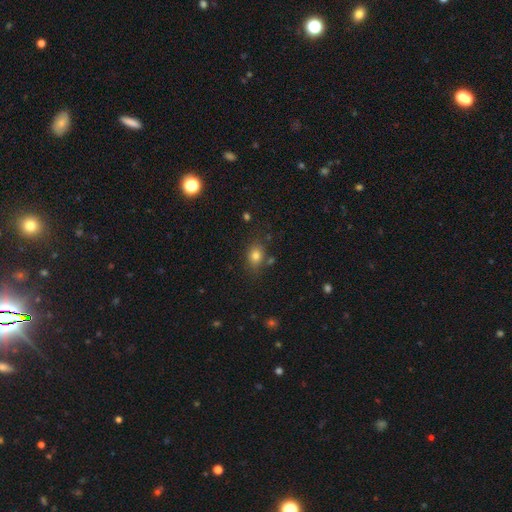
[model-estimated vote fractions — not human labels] smooth-or-featured: smooth: 80% | star or artifact: 12% | featured or disk: 8%
  how-rounded: in between: 60% | round: 39% | cigar-shaped: 1%
  merging: none: 73% | minor disturbance: 16% | merger: 6% | major disturbance: 5%